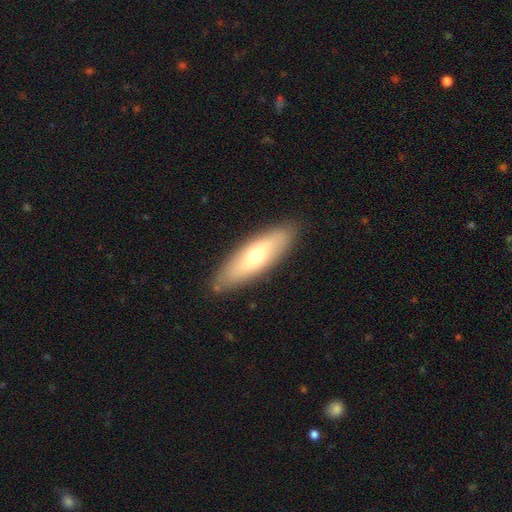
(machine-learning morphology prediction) The model was most divided on "how rounded": in between: 51%, cigar-shaped: 47%, round: 2%. More confident: merging — none (87%); smooth or featured — smooth (57%).